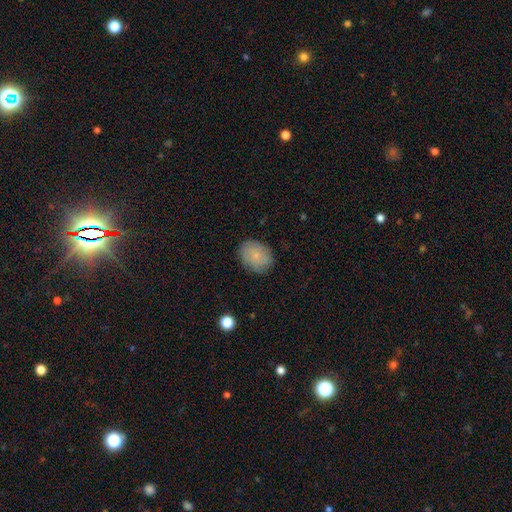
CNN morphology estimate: smooth-or-featured: smooth: 67% | featured or disk: 24% | star or artifact: 9%
  how-rounded: in between: 53% | round: 46% | cigar-shaped: 1%
  merging: none: 82% | minor disturbance: 13% | major disturbance: 3% | merger: 1%